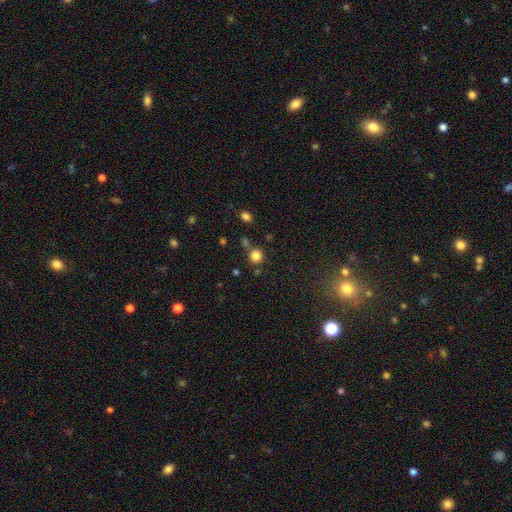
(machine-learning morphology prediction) Overall: smooth (82%). How rounded: round (90%). Merging: none (76%).